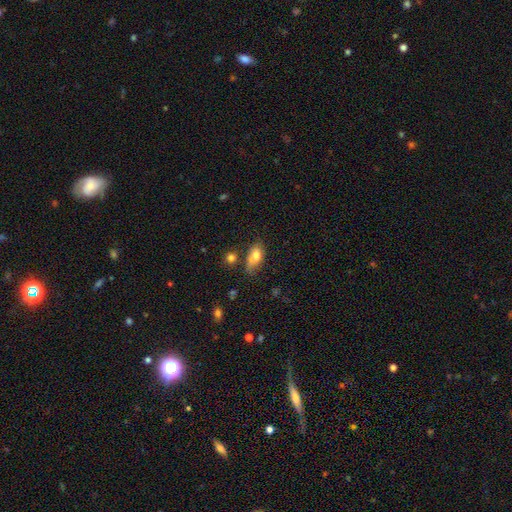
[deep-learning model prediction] smooth-or-featured: smooth: 75% | featured or disk: 15% | star or artifact: 9%
  how-rounded: in between: 85% | round: 9% | cigar-shaped: 6%
  merging: none: 42% | minor disturbance: 27% | merger: 19% | major disturbance: 11%